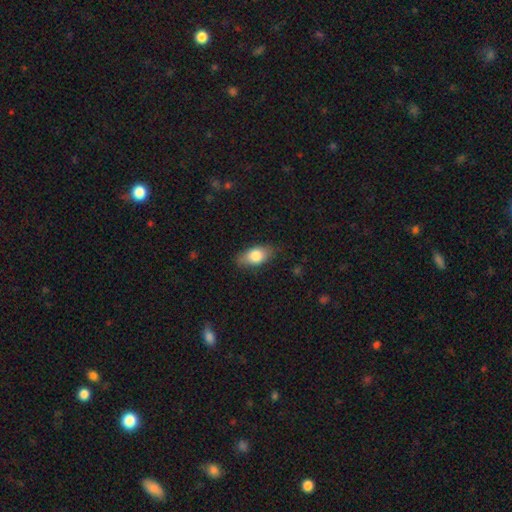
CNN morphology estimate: type=smooth (78%); roundness=in between (86%); merging=none (80%).